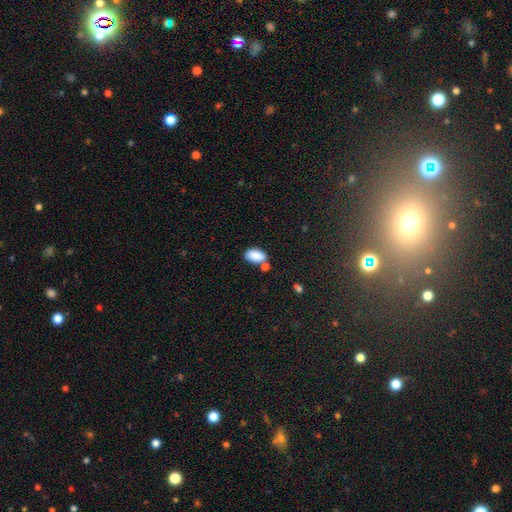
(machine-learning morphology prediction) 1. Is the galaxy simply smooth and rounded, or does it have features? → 88% smooth, 8% star or artifact, 5% featured or disk.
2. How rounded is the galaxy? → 93% in between, 5% round, 2% cigar-shaped.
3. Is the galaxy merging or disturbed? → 59% none, 21% merger, 16% minor disturbance, 4% major disturbance.